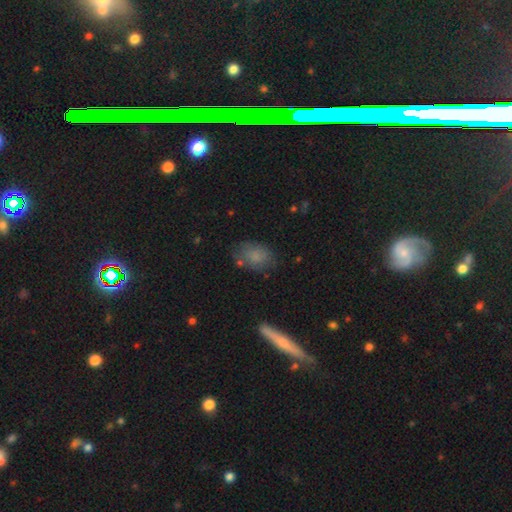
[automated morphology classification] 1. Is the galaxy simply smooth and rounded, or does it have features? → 78% smooth, 12% featured or disk, 10% star or artifact.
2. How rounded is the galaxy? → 76% in between, 22% round, 2% cigar-shaped.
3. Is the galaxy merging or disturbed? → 68% none, 20% minor disturbance, 7% major disturbance, 5% merger.